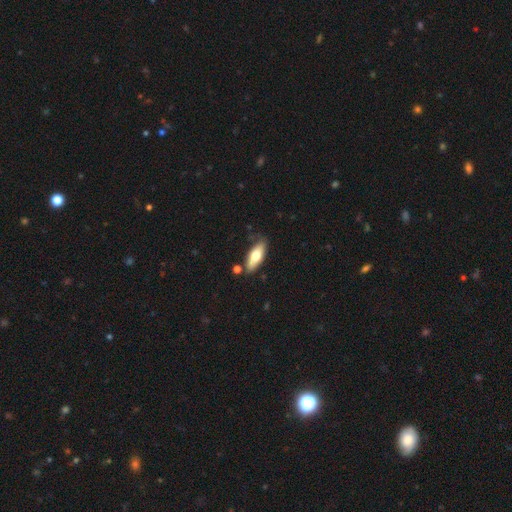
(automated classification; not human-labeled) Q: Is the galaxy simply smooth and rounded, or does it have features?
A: smooth — 66%.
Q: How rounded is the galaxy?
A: in between — 71%.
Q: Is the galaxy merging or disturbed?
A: none — 77%.